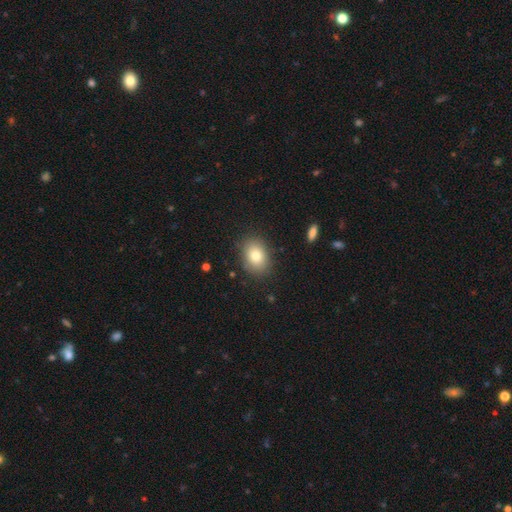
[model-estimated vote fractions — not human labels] A smooth galaxy with no disk features (80%) that is in between round and cigar-shaped (64%).

Vote fractions:
- Smooth or featured? smooth: 80% / featured or disk: 11% / star or artifact: 9%
- How rounded? in between: 64% / round: 35% / cigar-shaped: 1%
- Merging? none: 85% / minor disturbance: 11% / major disturbance: 3% / merger: 1%